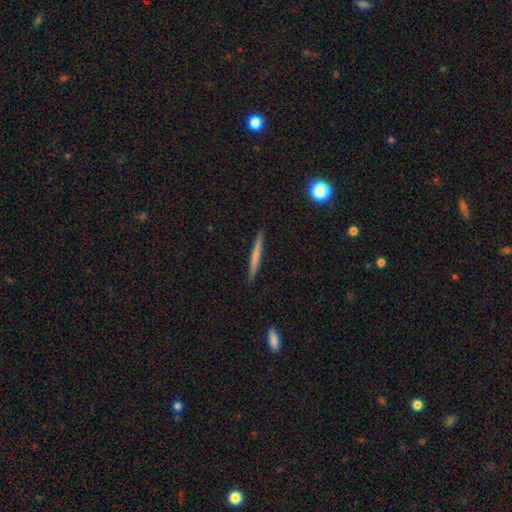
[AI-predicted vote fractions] This appears to be a smooth galaxy with no disk features (55%) that is cigar-shaped (96%). Merging: none (91%).